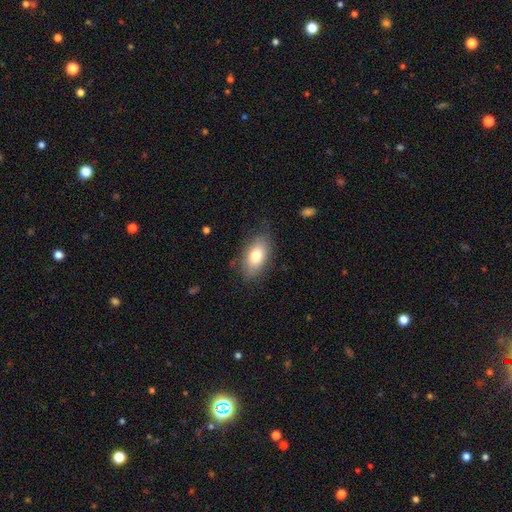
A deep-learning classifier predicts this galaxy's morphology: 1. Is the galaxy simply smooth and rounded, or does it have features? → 77% smooth, 16% featured or disk, 7% star or artifact.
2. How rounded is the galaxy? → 90% in between, 5% round, 5% cigar-shaped.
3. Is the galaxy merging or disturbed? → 79% none, 15% minor disturbance, 4% major disturbance, 1% merger.